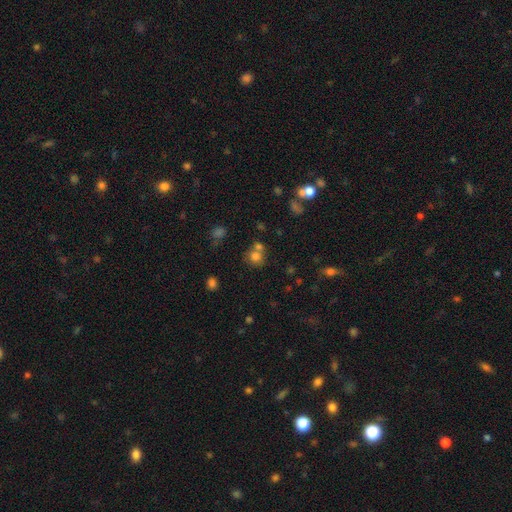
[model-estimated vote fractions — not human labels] Smooth or featured? Predicted: smooth (p=0.75). How rounded? Predicted: round (p=0.84). Merging? Predicted: none (p=0.52).